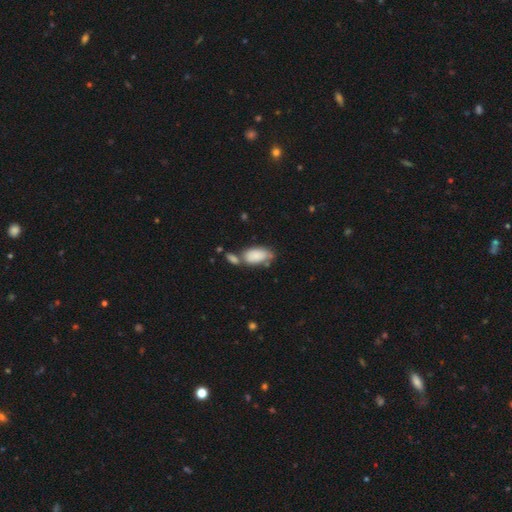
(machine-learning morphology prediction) Smooth or featured? smooth (83%)
How rounded? in between (93%)
Merging? none (39%)